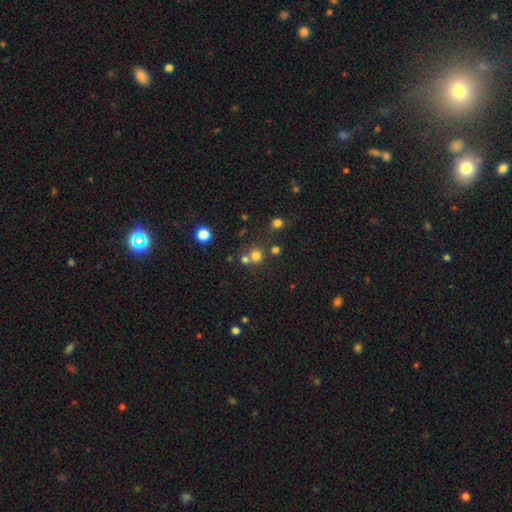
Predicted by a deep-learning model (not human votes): smooth_or_featured: smooth (p=0.72) [alt: star or artifact p=0.20]
how_rounded: round (p=0.90) [alt: in between p=0.09]
merging: none (p=0.63) [alt: merger p=0.27]